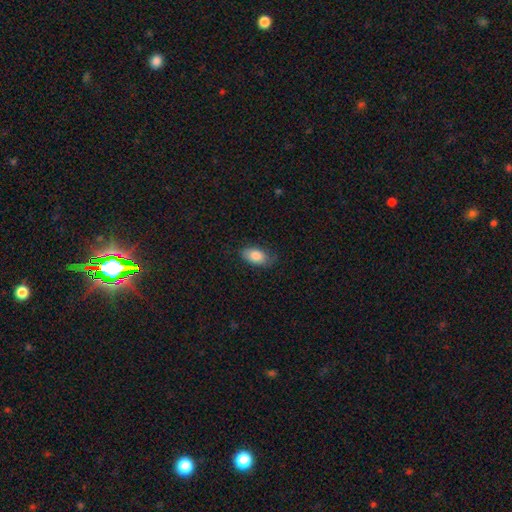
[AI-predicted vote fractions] smooth_or_featured: smooth (p=0.84) [alt: featured or disk p=0.09]
how_rounded: in between (p=0.92) [alt: round p=0.06]
merging: none (p=0.73) [alt: minor disturbance p=0.21]